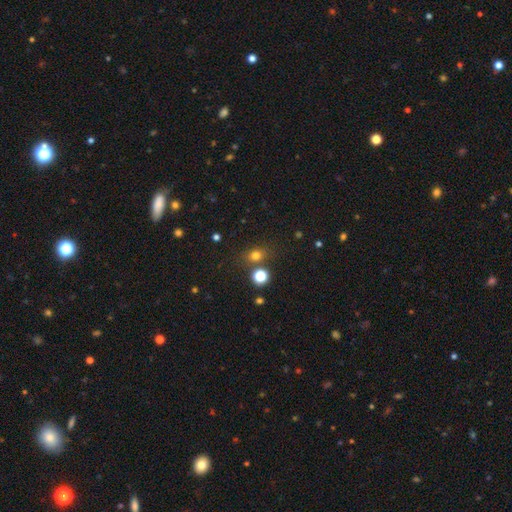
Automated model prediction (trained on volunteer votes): smooth 72%, star or artifact 21%, featured or disk 7%. Down the decision tree: how rounded — round (67%); merging — none (74%).